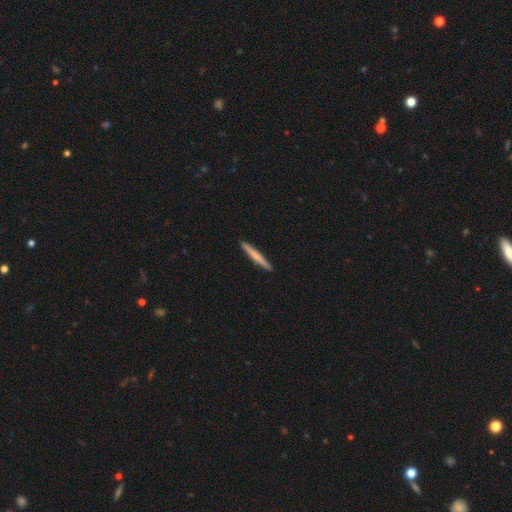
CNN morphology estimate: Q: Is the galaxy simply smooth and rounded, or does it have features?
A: smooth — 62%.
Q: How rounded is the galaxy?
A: cigar-shaped — 97%.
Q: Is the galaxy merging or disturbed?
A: none — 93%.